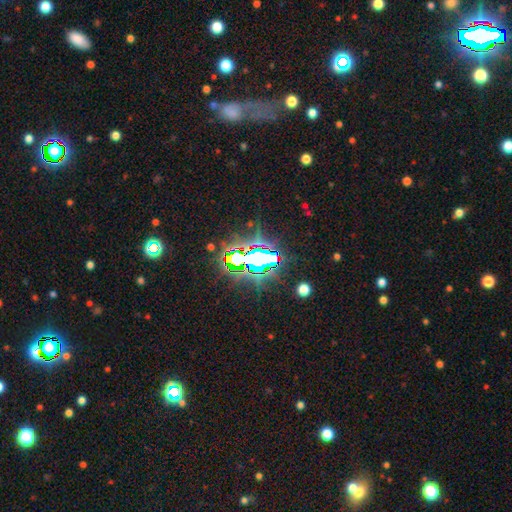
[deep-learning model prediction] Q: Smooth or featured?
A: star or artifact (79%); runner-up: featured or disk (11%)